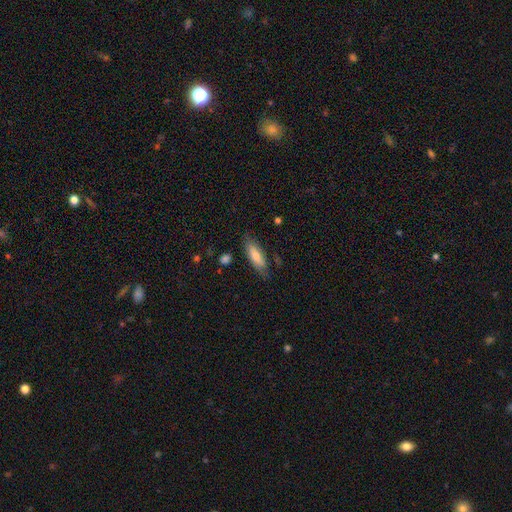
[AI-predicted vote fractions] A smooth galaxy with no disk features (70%) that is in between round and cigar-shaped (54%). Merging: none (76%).